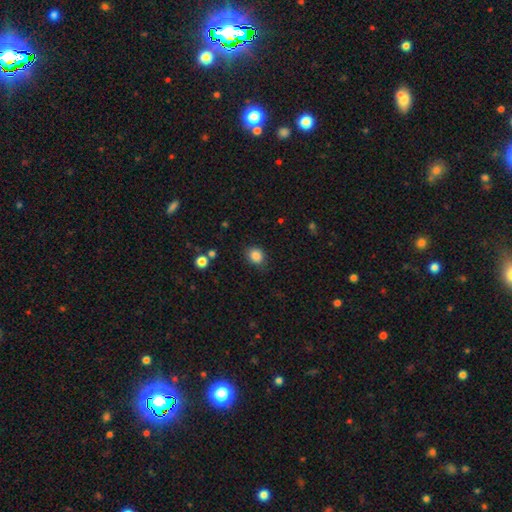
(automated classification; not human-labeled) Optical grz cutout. It shows a smooth galaxy with no disk features (85%) that is round (64%). Merging: none (82%).